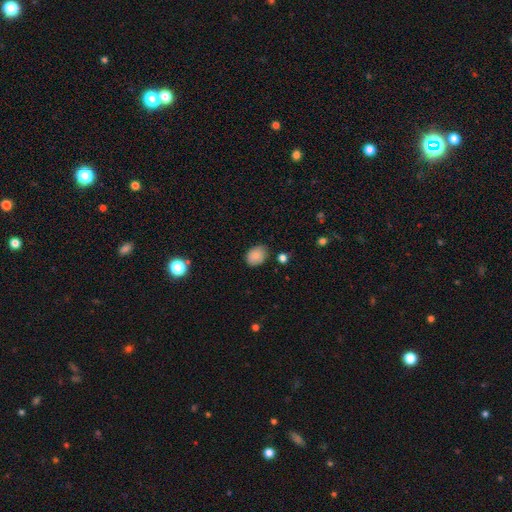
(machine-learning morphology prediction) Smooth or featured?
  - smooth: 86% *
  - star or artifact: 9%
  - featured or disk: 5%
How rounded?
  - in between: 66% *
  - round: 33%
  - cigar-shaped: 1%
Merging?
  - none: 78% *
  - minor disturbance: 16%
  - major disturbance: 3%
  - merger: 2%